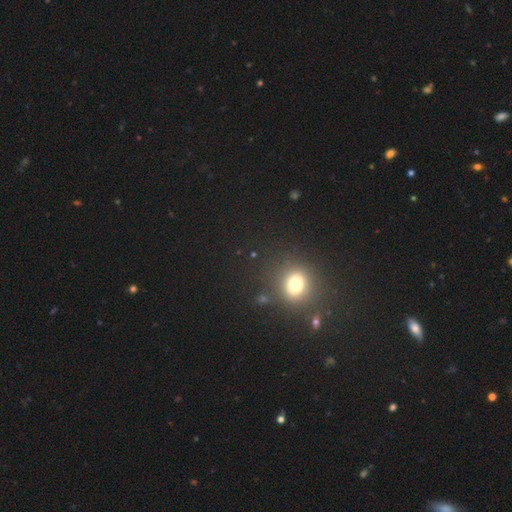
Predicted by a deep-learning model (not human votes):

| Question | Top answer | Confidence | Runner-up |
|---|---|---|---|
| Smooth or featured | smooth | 56% | star or artifact (35%) |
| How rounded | round | 70% | in between (28%) |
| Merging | none | 85% | minor disturbance (9%) |